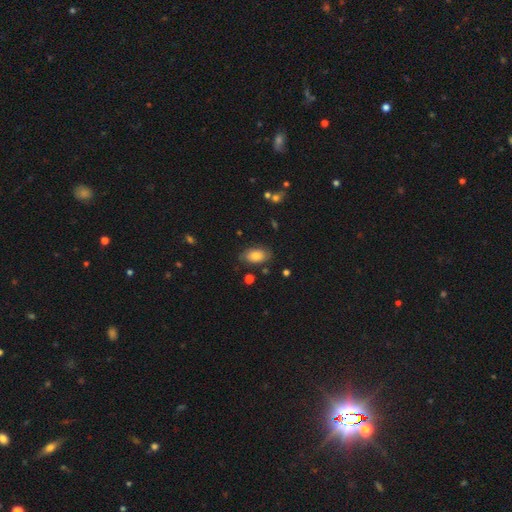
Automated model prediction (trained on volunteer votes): Overall: smooth (72%). How rounded: in between (91%). Merging: none (78%).